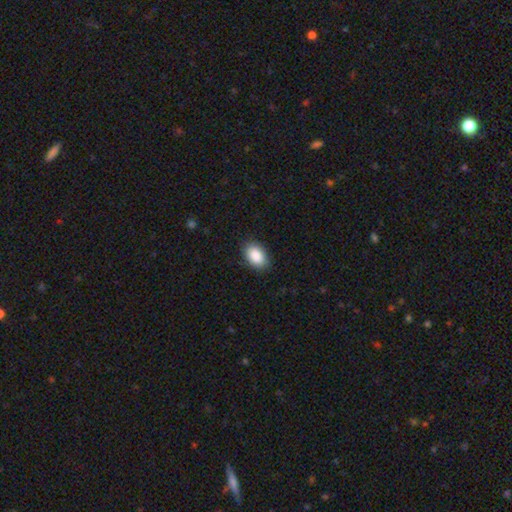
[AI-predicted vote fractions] Morphology: type=smooth (89%); roundness=in between (89%); merging=none (87%).